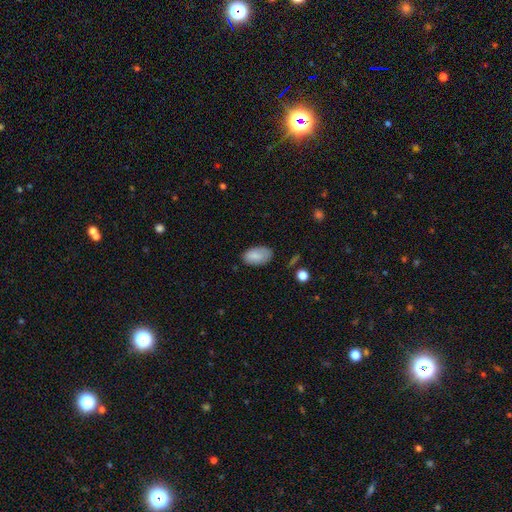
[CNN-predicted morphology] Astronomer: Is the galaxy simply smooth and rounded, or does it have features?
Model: smooth — 82%.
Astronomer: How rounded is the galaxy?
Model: in between — 94%.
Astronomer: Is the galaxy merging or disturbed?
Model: none — 76%.